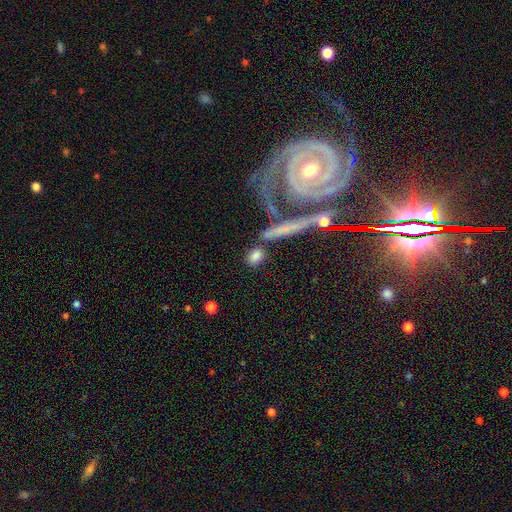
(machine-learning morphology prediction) Smooth or featured: smooth — 82% (featured or disk — 11%)
How rounded: in between — 64% (round — 25%)
Merging: none — 69% (minor disturbance — 13%)